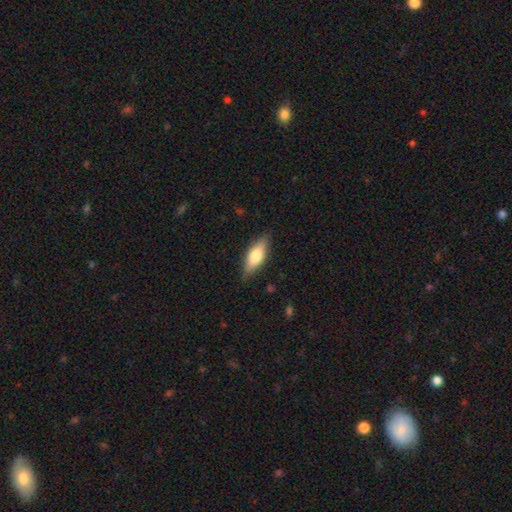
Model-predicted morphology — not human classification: Smooth or featured? smooth (63%)
How rounded? in between (63%)
Merging? none (84%)